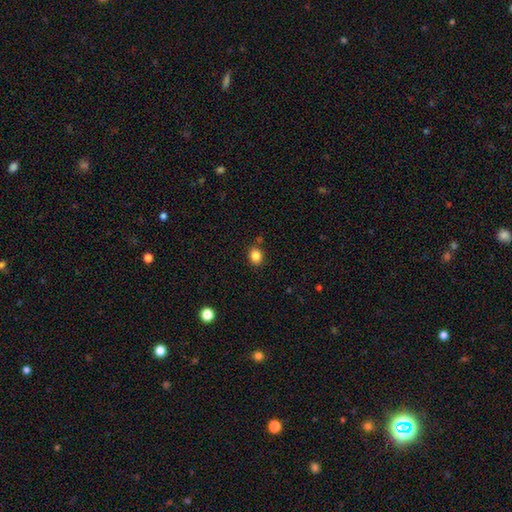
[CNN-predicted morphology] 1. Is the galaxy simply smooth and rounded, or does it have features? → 85% smooth, 10% star or artifact, 4% featured or disk.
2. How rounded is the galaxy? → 58% round, 41% in between, 1% cigar-shaped.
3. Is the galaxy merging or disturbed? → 83% none, 10% minor disturbance, 4% merger, 3% major disturbance.